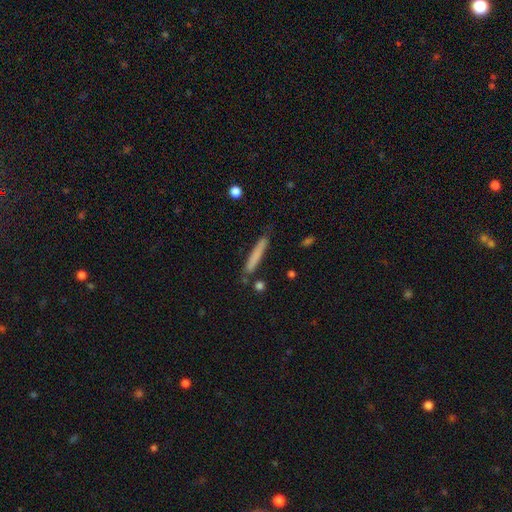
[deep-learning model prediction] Morphology: type=smooth (75%); roundness=cigar-shaped (95%); merging=none (80%).